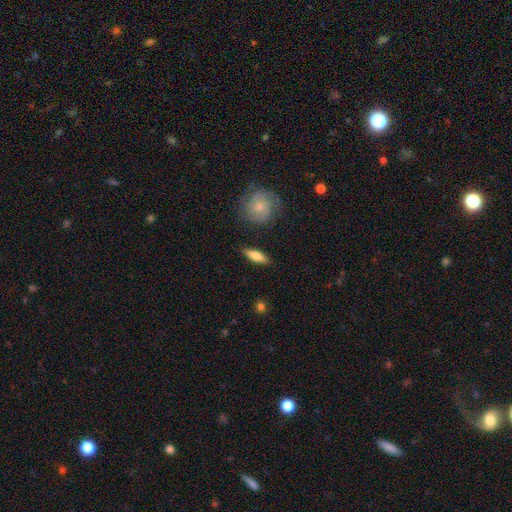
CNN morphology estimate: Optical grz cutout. It shows a smooth galaxy with no disk features (70%) that is cigar-shaped (53%). Merging: none (87%).